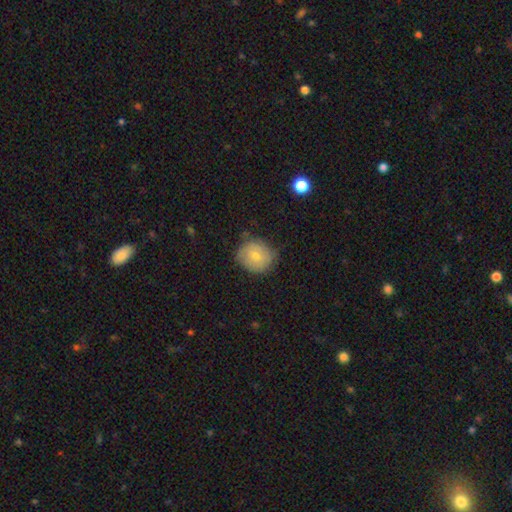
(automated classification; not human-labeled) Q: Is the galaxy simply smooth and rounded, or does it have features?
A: smooth — 63%.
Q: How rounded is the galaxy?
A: round — 81%.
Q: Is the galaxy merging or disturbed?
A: none — 69%.